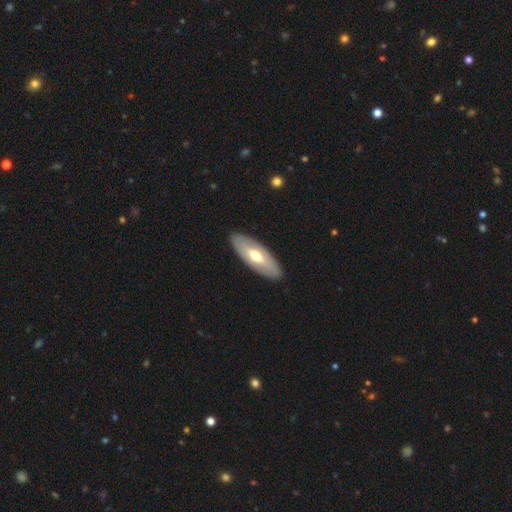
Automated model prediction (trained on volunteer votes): Smooth or featured?
  - smooth: 50% *
  - featured or disk: 45%
  - star or artifact: 5%
Merging?
  - none: 88% *
  - minor disturbance: 9%
  - major disturbance: 2%
  - merger: 1%